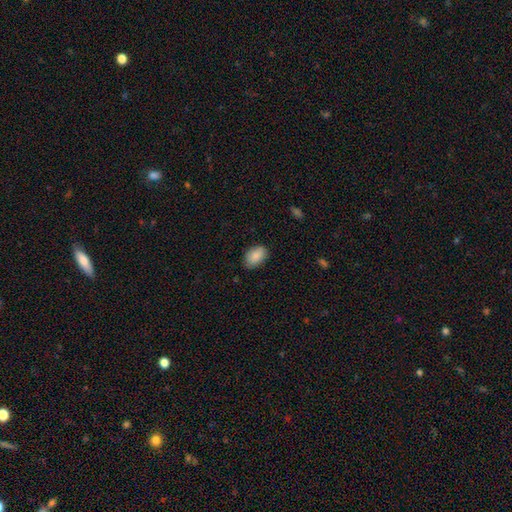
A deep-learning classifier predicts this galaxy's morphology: This appears to be a smooth galaxy with no disk features (89%) that is in between round and cigar-shaped (90%). Merging: none (83%).